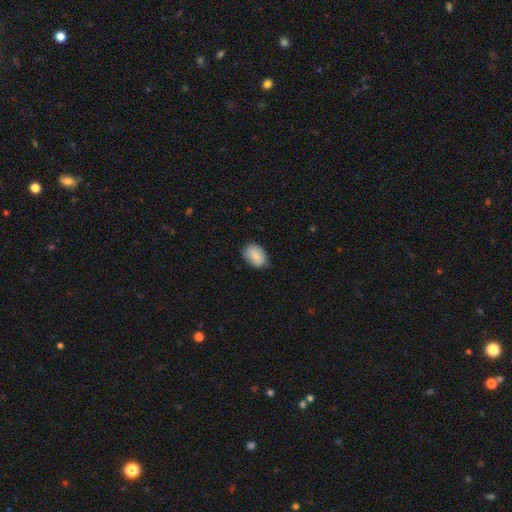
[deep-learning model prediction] Smooth or featured?
  - smooth: 85% *
  - featured or disk: 8%
  - star or artifact: 7%
How rounded?
  - in between: 82% *
  - round: 17%
  - cigar-shaped: 1%
Merging?
  - none: 76% *
  - minor disturbance: 20%
  - major disturbance: 3%
  - merger: 1%